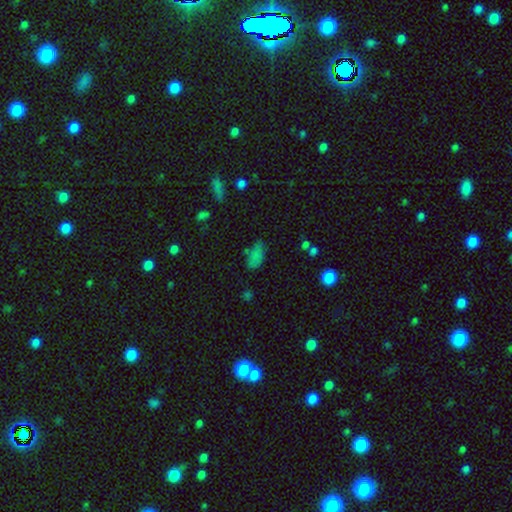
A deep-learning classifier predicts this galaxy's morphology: Overall: smooth (75%). How rounded: in between (90%). Merging: none (57%; minor disturbance 26%).